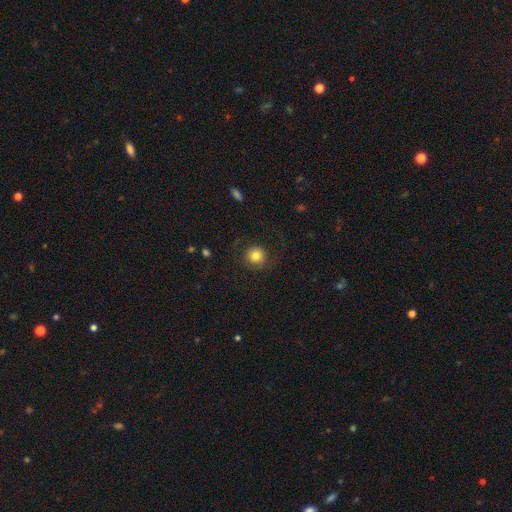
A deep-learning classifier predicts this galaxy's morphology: smooth-or-featured: smooth: 80% | featured or disk: 10% | star or artifact: 10%
  how-rounded: round: 93% | in between: 6% | cigar-shaped: 1%
  merging: none: 82% | minor disturbance: 10% | major disturbance: 7% | merger: 1%